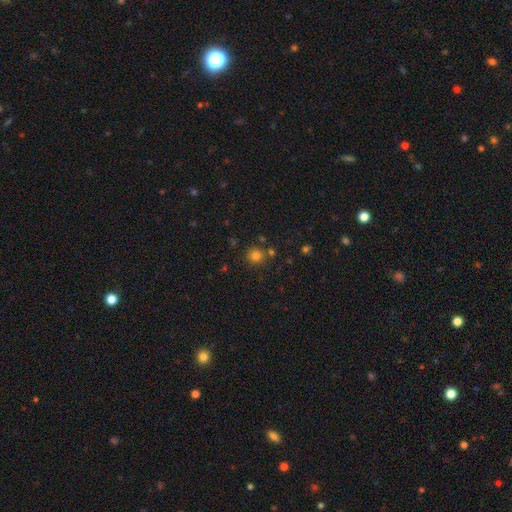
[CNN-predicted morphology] This is likely a smooth galaxy (78%). How rounded: clearly round (89%). Merging: likely none (79%).